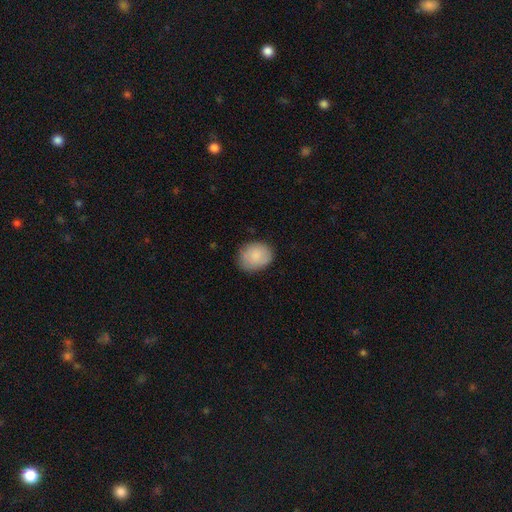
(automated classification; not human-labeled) This appears to be a smooth galaxy with no disk features (86%) that is in between round and cigar-shaped (52%). Merging: none (78%).